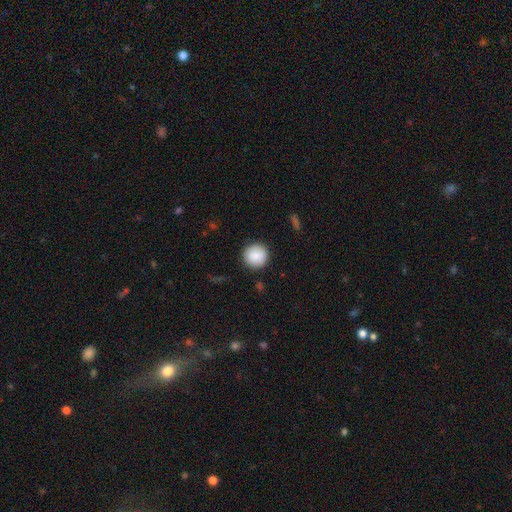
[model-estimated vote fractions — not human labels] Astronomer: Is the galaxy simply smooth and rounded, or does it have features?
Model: smooth — 87%.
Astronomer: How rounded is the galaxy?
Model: round — 94%.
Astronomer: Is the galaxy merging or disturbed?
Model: none — 90%.